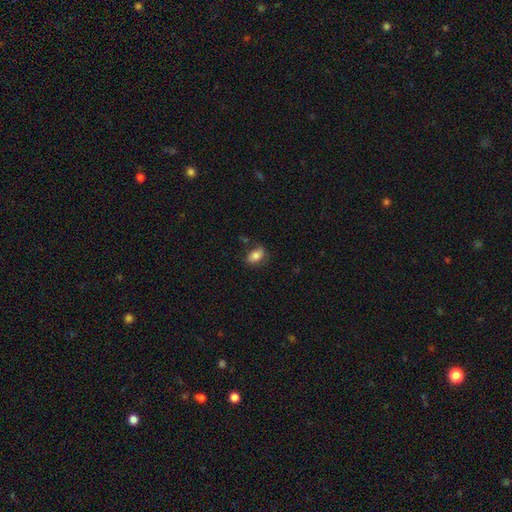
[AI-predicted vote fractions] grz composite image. It shows a smooth galaxy with no disk features (80%) that is in between round and cigar-shaped (87%). Merging: none (68%).